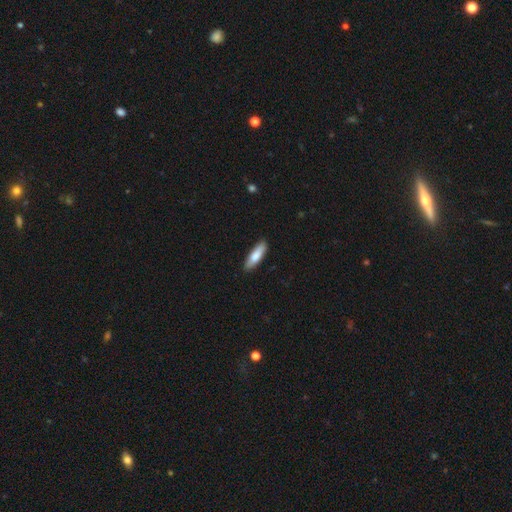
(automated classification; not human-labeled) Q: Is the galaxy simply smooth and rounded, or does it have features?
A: smooth — 79%.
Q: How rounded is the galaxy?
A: cigar-shaped — 61%.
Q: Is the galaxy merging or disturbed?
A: none — 87%.